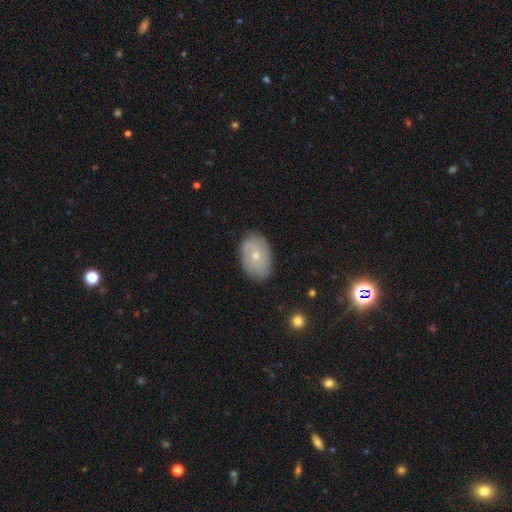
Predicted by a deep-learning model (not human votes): smooth 55%, featured or disk 37%, star or artifact 8%. Down the decision tree: how rounded — in between (86%); merging — none (82%).